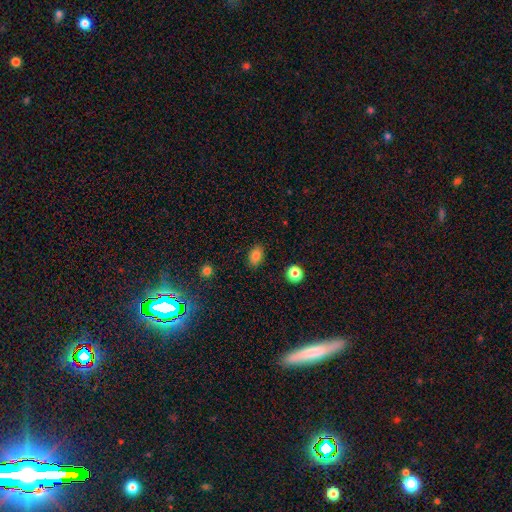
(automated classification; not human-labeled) Smooth or featured: smooth — 83% (star or artifact — 11%)
How rounded: in between — 82% (round — 16%)
Merging: none — 87% (minor disturbance — 9%)